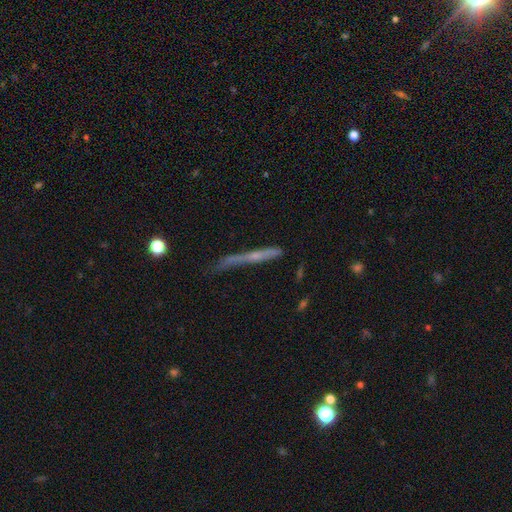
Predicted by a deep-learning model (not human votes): Smooth or featured: featured or disk — 58% (smooth — 32%)
Edge-on disk: yes — 91% (no — 9%)
Edge-on bulge: none — 51% (rounded — 42%)
Merging: none — 59% (minor disturbance — 26%)